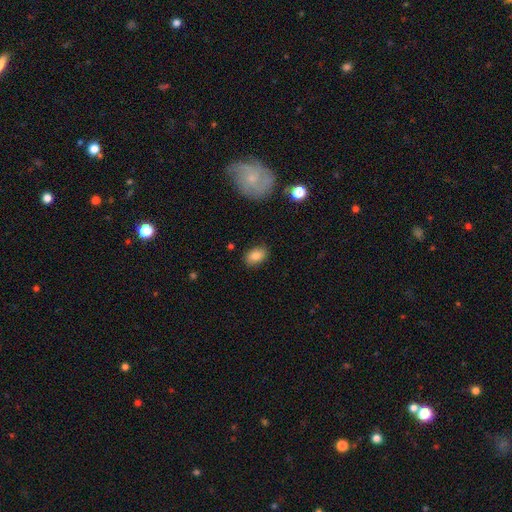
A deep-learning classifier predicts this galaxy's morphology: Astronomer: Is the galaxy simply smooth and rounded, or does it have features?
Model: smooth — 83%.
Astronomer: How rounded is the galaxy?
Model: in between — 86%.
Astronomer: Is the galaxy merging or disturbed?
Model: none — 85%.